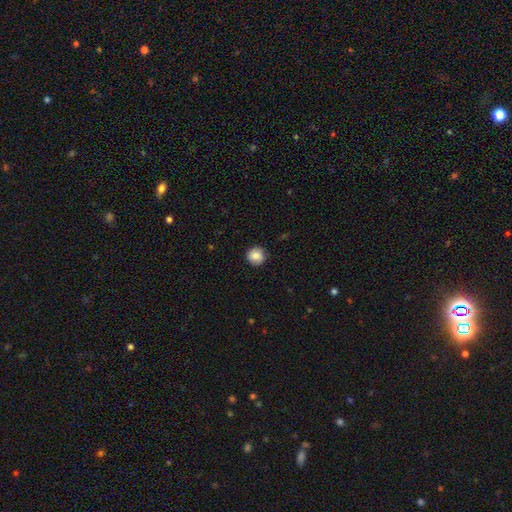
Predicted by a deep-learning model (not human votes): Smooth or featured: smooth — 84% (star or artifact — 8%)
How rounded: round — 91% (in between — 8%)
Merging: none — 86% (minor disturbance — 11%)